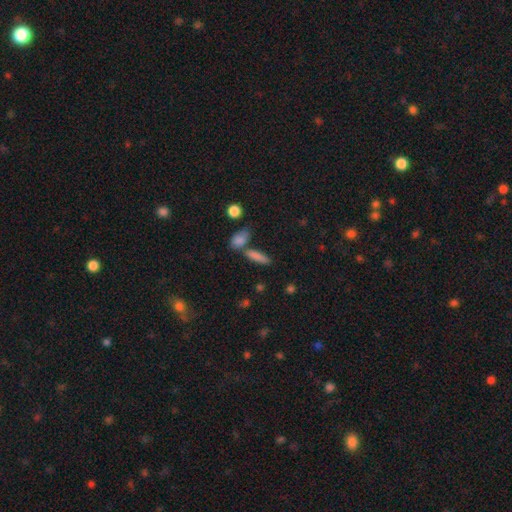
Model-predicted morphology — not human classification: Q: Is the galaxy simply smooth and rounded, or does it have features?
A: smooth — 76%.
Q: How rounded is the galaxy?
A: cigar-shaped — 56%.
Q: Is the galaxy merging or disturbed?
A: none — 61%.